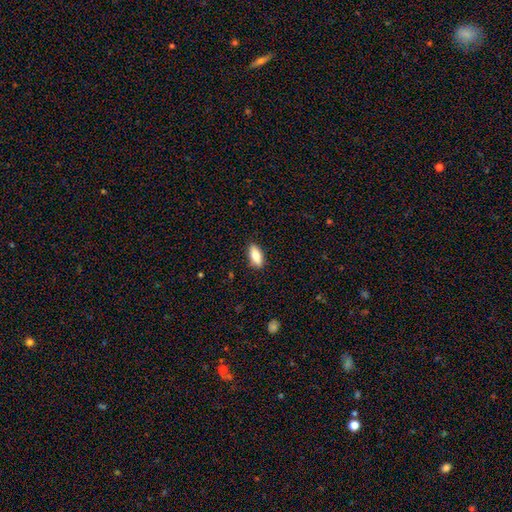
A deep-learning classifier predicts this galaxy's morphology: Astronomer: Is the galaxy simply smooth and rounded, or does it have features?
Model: smooth — 76%.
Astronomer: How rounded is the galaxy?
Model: in between — 76%.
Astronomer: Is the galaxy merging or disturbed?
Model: none — 88%.